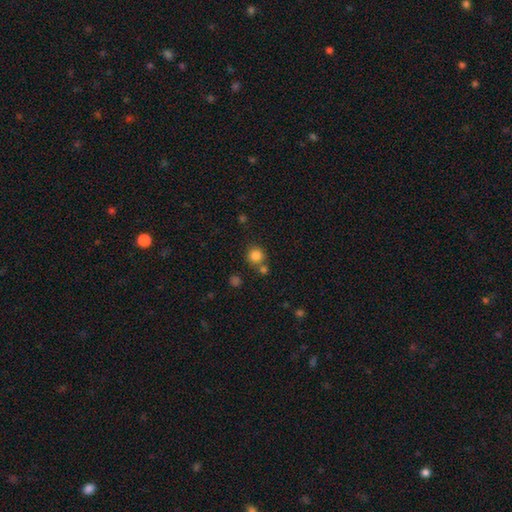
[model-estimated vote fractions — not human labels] Smooth or featured?
  - smooth: 84% *
  - star or artifact: 12%
  - featured or disk: 5%
How rounded?
  - round: 91% *
  - in between: 8%
  - cigar-shaped: 1%
Merging?
  - none: 69% *
  - merger: 19%
  - minor disturbance: 9%
  - major disturbance: 3%